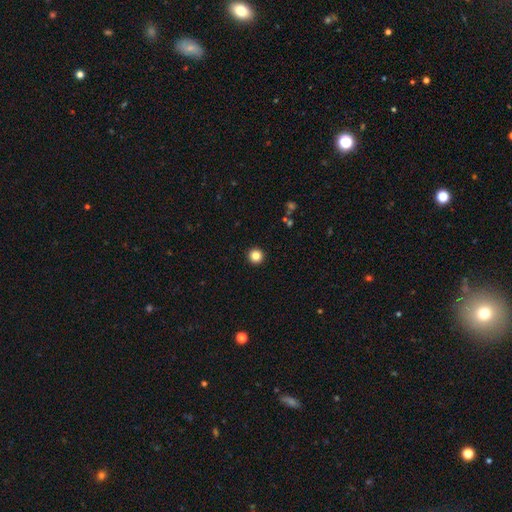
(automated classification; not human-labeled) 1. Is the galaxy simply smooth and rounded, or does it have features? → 84% smooth, 11% star or artifact, 5% featured or disk.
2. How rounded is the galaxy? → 96% round, 3% in between, 1% cigar-shaped.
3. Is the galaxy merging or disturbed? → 94% none, 4% minor disturbance, 1% major disturbance, 1% merger.